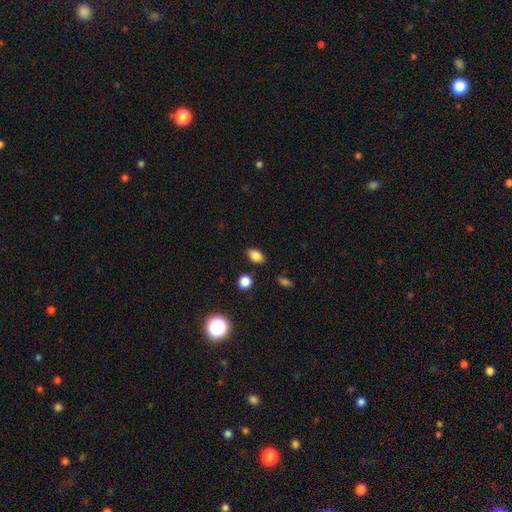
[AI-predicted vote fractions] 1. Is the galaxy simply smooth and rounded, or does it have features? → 84% smooth, 11% star or artifact, 6% featured or disk.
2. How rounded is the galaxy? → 82% in between, 17% round, 2% cigar-shaped.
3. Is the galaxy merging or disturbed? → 85% none, 10% minor disturbance, 3% merger, 3% major disturbance.